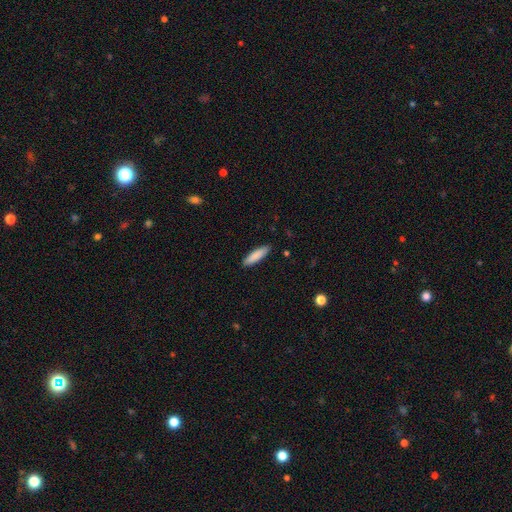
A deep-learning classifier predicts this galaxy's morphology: A smooth galaxy with no disk features (87%) that is cigar-shaped (71%). Merging: none (90%).